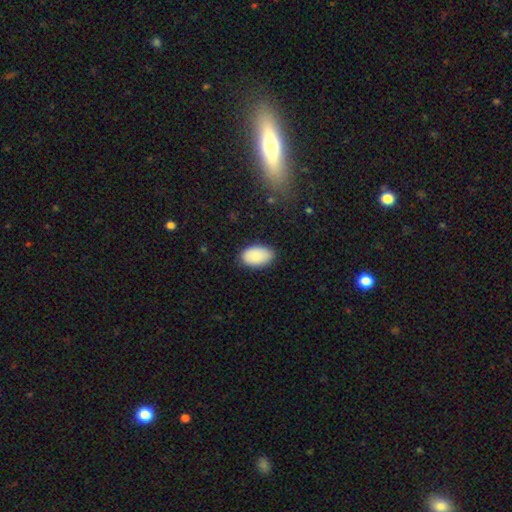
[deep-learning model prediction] smooth 88%, star or artifact 6%, featured or disk 6%. Down the decision tree: how rounded — in between (93%); merging — none (85%).